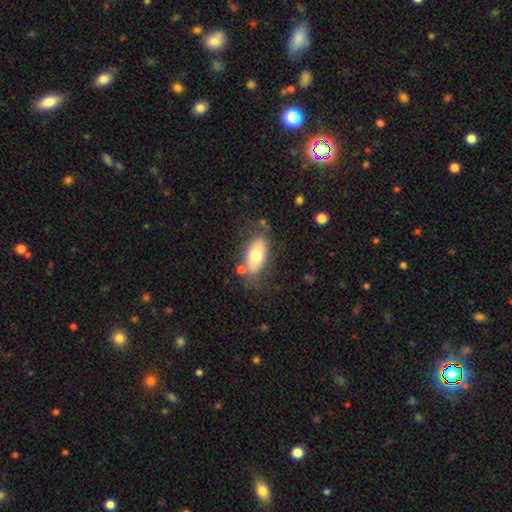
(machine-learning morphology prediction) smooth 68%, featured or disk 25%, star or artifact 7%. Down the decision tree: how rounded — in between (90%); merging — none (70%).